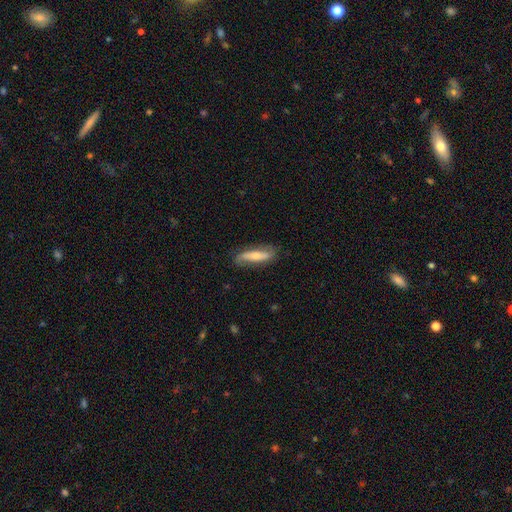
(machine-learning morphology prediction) Smooth or featured? Predicted: smooth (p=0.51). How rounded? Predicted: cigar-shaped (p=0.69). Merging? Predicted: none (p=0.76).